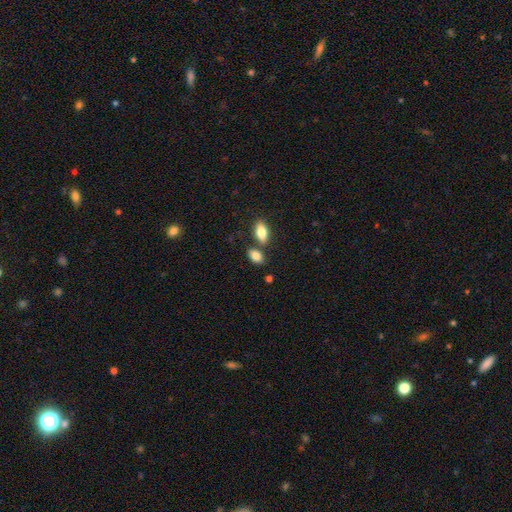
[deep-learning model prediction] smooth 84%, featured or disk 8%, star or artifact 8%. Down the decision tree: how rounded — in between (87%); merging — none (65%).